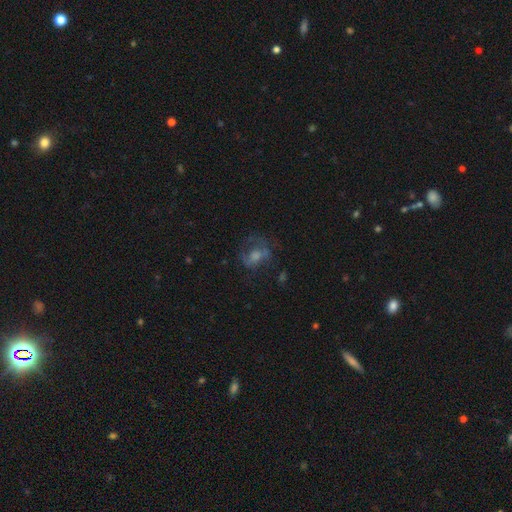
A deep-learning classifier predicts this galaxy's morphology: A featured or disk galaxy (46%). Merging: none (50%).